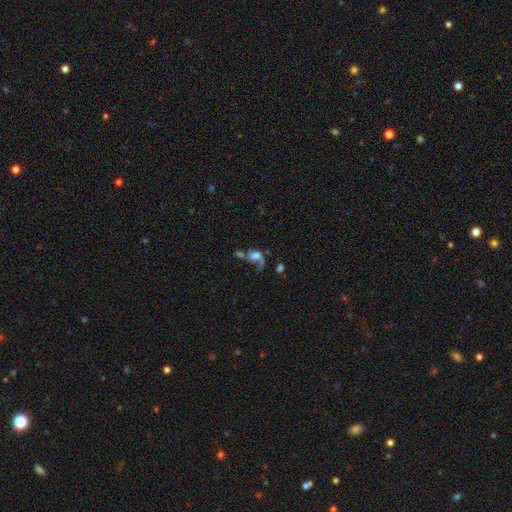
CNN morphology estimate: smooth_or_featured: featured or disk (p=0.50) [alt: smooth p=0.35]
disk_edge_on: no (p=0.95) [alt: yes p=0.05]
merging: merger (p=0.43) [alt: major disturbance p=0.29]